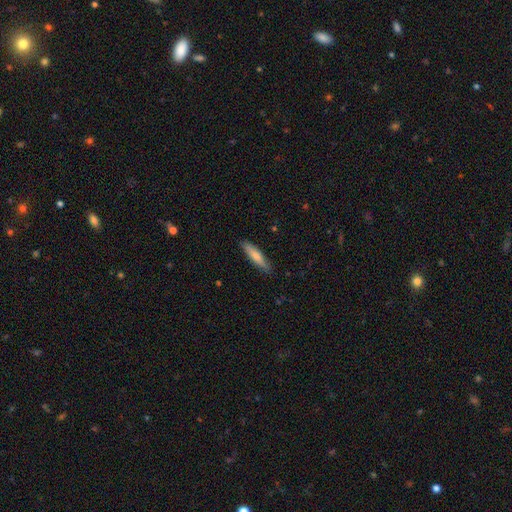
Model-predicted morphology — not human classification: smooth 76%, featured or disk 19%, star or artifact 5%. Down the decision tree: how rounded — cigar-shaped (80%); merging — none (87%).